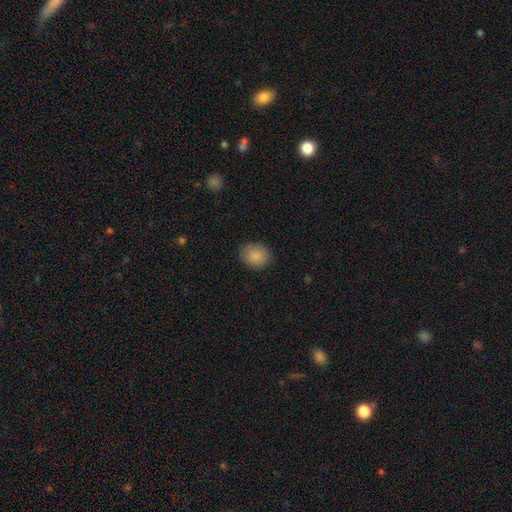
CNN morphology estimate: This appears to be a smooth galaxy with no disk features (88%) that is round (65%). Merging: none (84%).